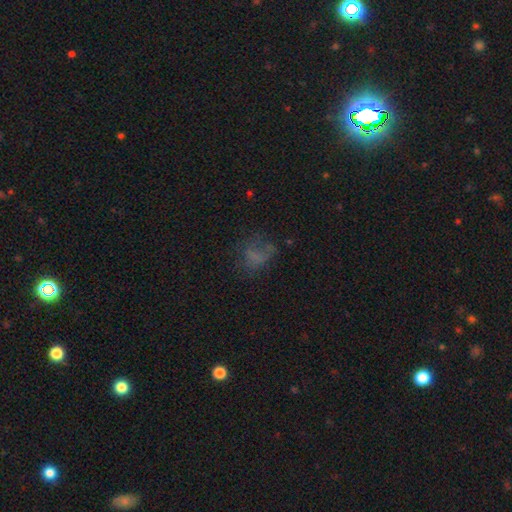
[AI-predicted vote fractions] smooth_or_featured: smooth (p=0.49) [alt: featured or disk p=0.27]
merging: none (p=0.46) [alt: major disturbance p=0.30]